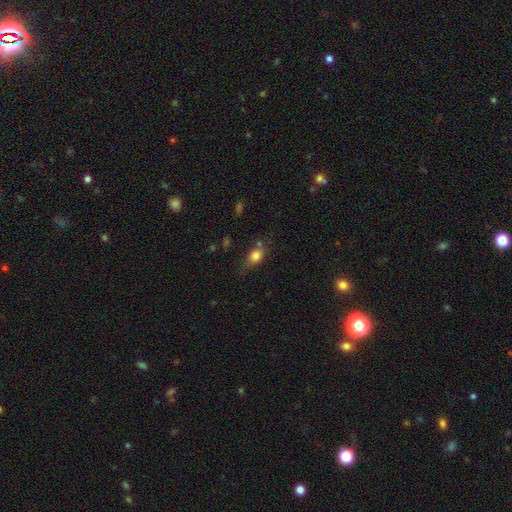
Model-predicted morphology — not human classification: smooth-or-featured: smooth: 78% | featured or disk: 12% | star or artifact: 10%
  how-rounded: in between: 69% | round: 24% | cigar-shaped: 7%
  merging: none: 57% | minor disturbance: 26% | major disturbance: 9% | merger: 9%